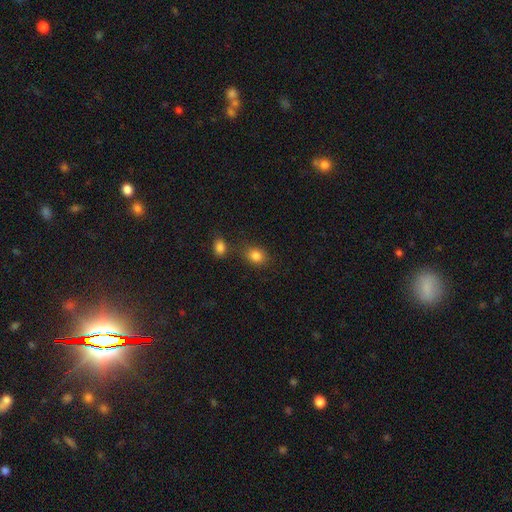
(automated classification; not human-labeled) Smooth or featured? Predicted: smooth (p=0.83). How rounded? Predicted: in between (p=0.60). Merging? Predicted: none (p=0.70).